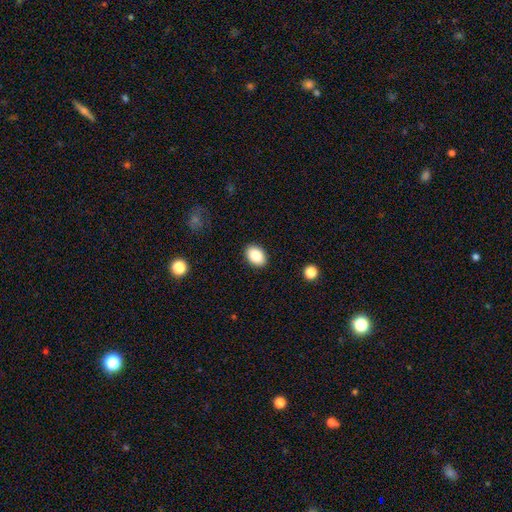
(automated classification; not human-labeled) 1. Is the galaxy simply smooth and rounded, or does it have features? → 85% smooth, 8% star or artifact, 8% featured or disk.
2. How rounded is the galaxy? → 81% in between, 18% round, 1% cigar-shaped.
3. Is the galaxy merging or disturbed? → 90% none, 7% minor disturbance, 2% major disturbance, 1% merger.